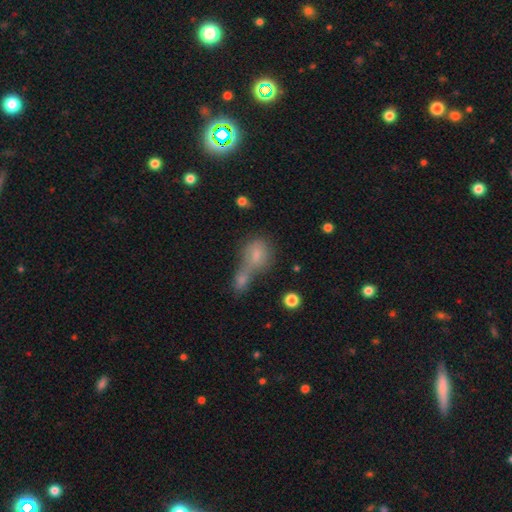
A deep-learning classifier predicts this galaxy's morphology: smooth-or-featured: smooth: 70% | featured or disk: 16% | star or artifact: 14%
  how-rounded: in between: 52% | round: 43% | cigar-shaped: 5%
  merging: merger: 57% | none: 27% | minor disturbance: 9% | major disturbance: 6%